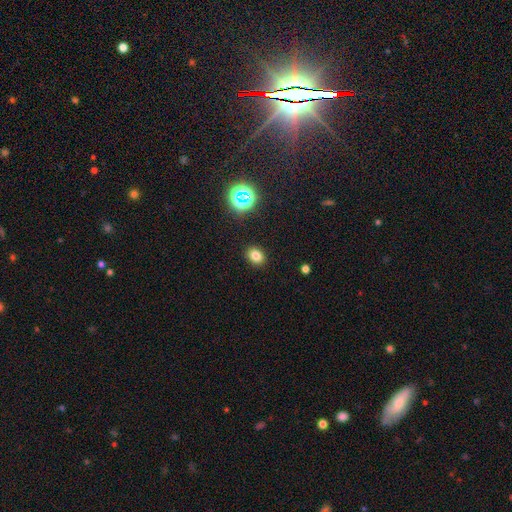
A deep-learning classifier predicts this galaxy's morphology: type=smooth (78%); roundness=in between (58%); merging=none (89%).